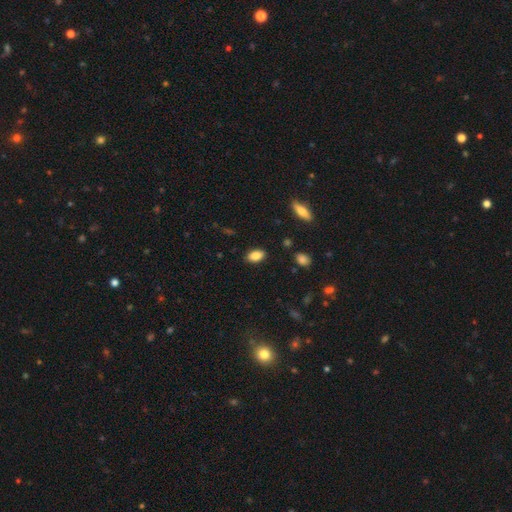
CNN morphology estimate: type=smooth (84%); roundness=in between (90%); merging=none (87%).